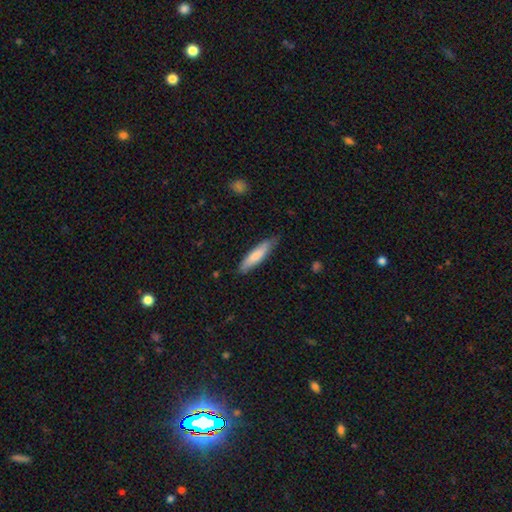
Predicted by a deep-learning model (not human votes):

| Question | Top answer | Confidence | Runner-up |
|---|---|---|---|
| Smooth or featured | smooth | 76% | featured or disk (19%) |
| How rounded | cigar-shaped | 79% | in between (20%) |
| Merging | none | 76% | minor disturbance (20%) |